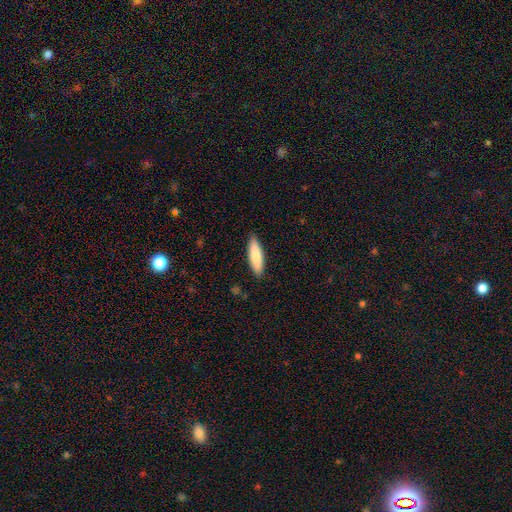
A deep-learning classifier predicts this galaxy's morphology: Smooth or featured? smooth (84%)
How rounded? cigar-shaped (63%)
Merging? none (89%)